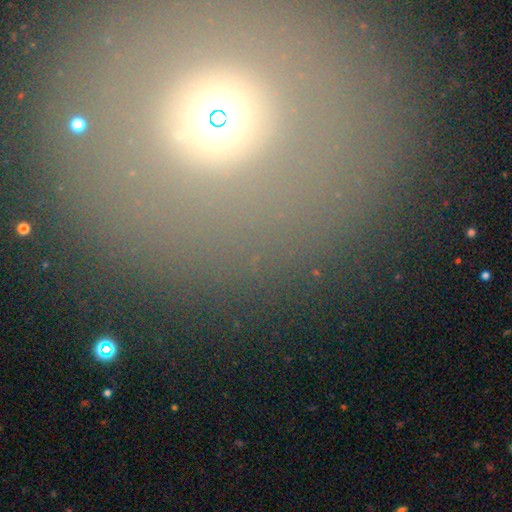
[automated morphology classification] Smooth or featured? smooth (46%)
Merging? none (85%)